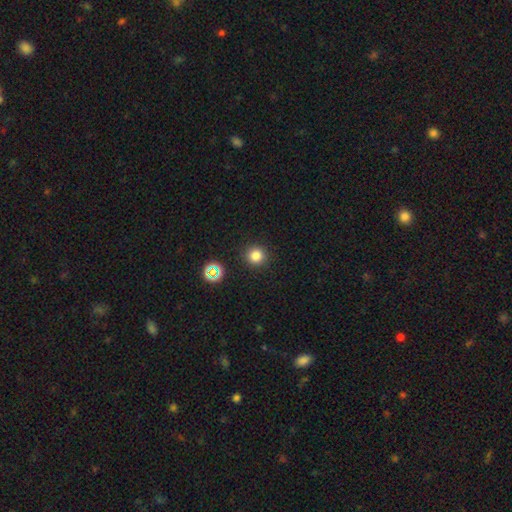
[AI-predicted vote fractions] smooth-or-featured: smooth: 80% | star or artifact: 16% | featured or disk: 5%
  how-rounded: round: 93% | in between: 6% | cigar-shaped: 1%
  merging: none: 90% | minor disturbance: 6% | major disturbance: 2% | merger: 2%